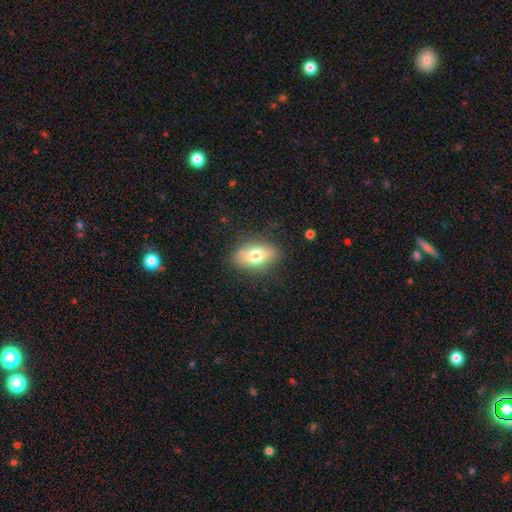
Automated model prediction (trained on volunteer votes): A smooth galaxy with no disk features (73%) that is in between round and cigar-shaped (86%).

Vote fractions:
- Smooth or featured? smooth: 73% / featured or disk: 19% / star or artifact: 8%
- How rounded? in between: 86% / round: 10% / cigar-shaped: 3%
- Merging? none: 75% / minor disturbance: 16% / merger: 4% / major disturbance: 4%